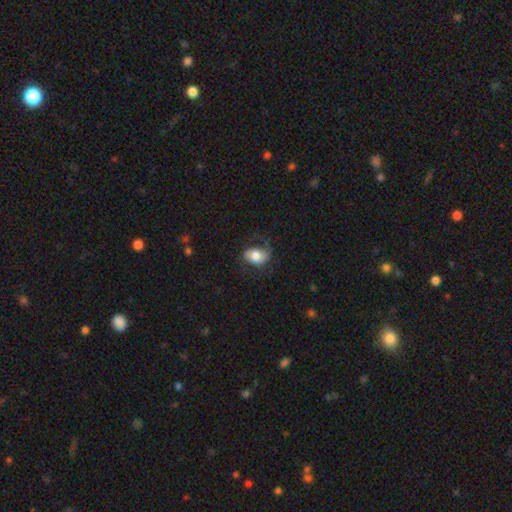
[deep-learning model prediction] This is likely a smooth galaxy (62%). How rounded: clearly in between (80%). Merging: possibly none (57%).